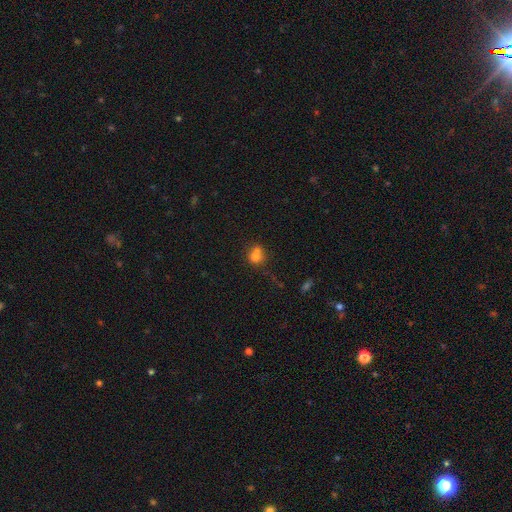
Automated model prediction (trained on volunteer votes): The model was most divided on "merging": none: 41%, merger: 40%, minor disturbance: 14%, major disturbance: 6%. More confident: smooth or featured — smooth (74%); how rounded — round (73%).